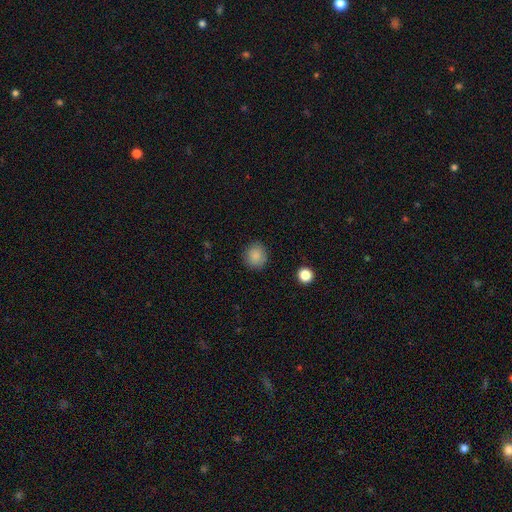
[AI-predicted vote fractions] Morphology: type=smooth (87%); roundness=round (87%); merging=none (87%).